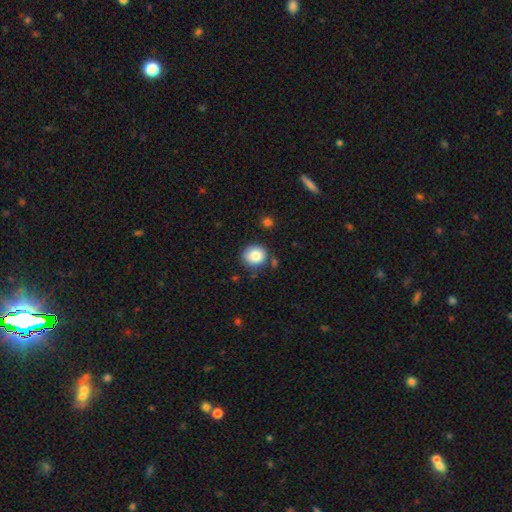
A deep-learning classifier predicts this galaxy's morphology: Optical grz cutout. It shows a smooth galaxy with no disk features (84%) that is round (82%). Merging: none (80%).